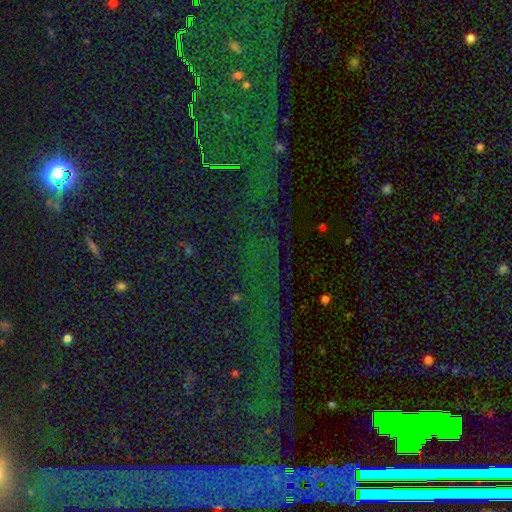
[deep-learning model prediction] smooth-or-featured: star or artifact: 80% | smooth: 11% | featured or disk: 9%